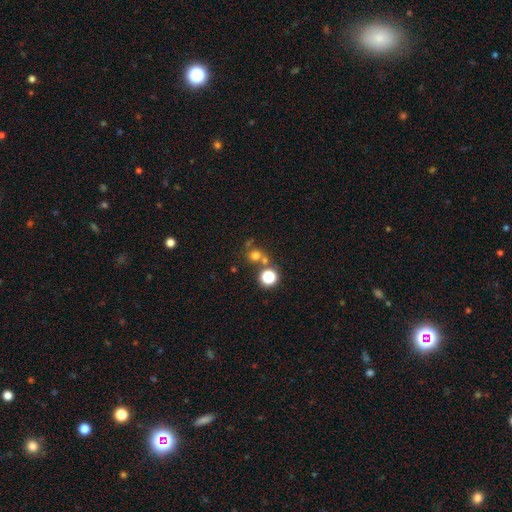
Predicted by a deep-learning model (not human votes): Smooth or featured?
  - smooth: 64% *
  - star or artifact: 24%
  - featured or disk: 11%
How rounded?
  - round: 88% *
  - in between: 11%
  - cigar-shaped: 1%
Merging?
  - none: 59% *
  - merger: 27%
  - minor disturbance: 8%
  - major disturbance: 5%